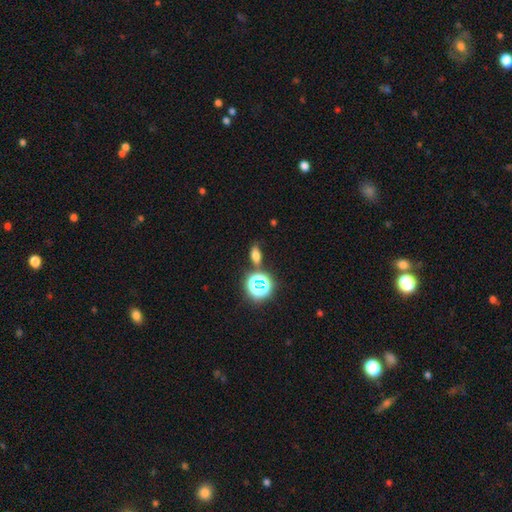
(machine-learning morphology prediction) type=smooth (65%); roundness=in between (72%); merging=none (75%).